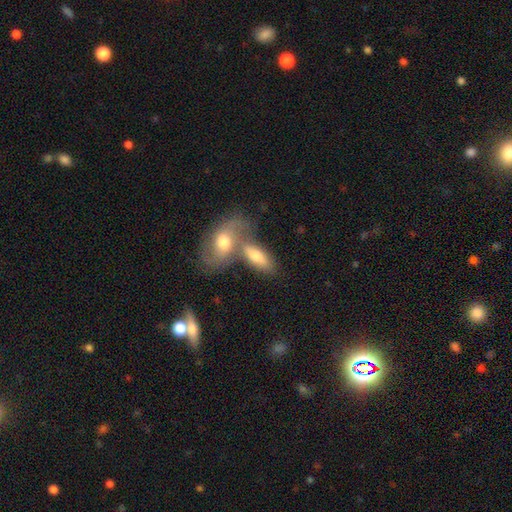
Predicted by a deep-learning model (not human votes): The model was most divided on "merging": merger: 52%, none: 33%, minor disturbance: 10%, major disturbance: 5%. More confident: how rounded — in between (81%); smooth or featured — smooth (66%).